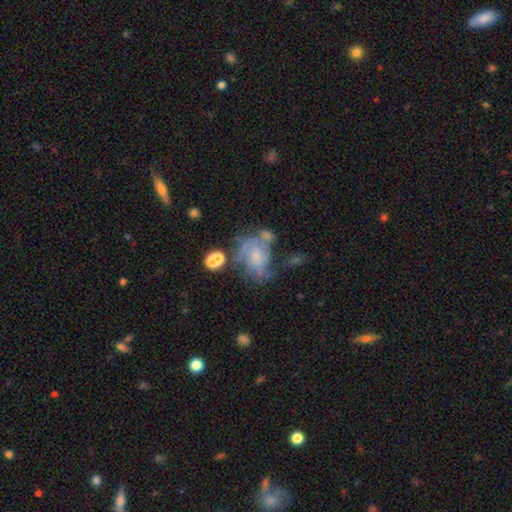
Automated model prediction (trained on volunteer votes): Smooth or featured?
  - featured or disk: 64% *
  - smooth: 25%
  - star or artifact: 11%
Edge-on disk?
  - no: 98% *
  - yes: 2%
Bar?
  - no: 72% *
  - weak: 24%
  - strong: 4%
Spiral arms?
  - yes: 74% *
  - no: 26%
Bulge size?
  - small: 57% *
  - moderate: 27%
  - none: 13%
  - large: 3%
  - dominant: 1%
Merging?
  - none: 32% *
  - major disturbance: 30%
  - minor disturbance: 23%
  - merger: 15%